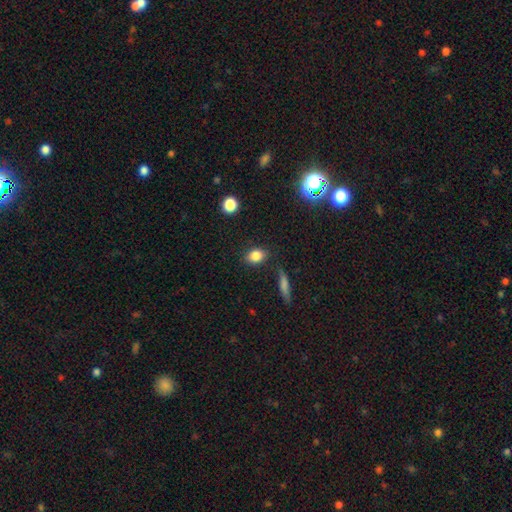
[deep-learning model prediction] Smooth or featured?
  - smooth: 83% *
  - star or artifact: 10%
  - featured or disk: 6%
How rounded?
  - in between: 59% *
  - round: 38%
  - cigar-shaped: 3%
Merging?
  - none: 81% *
  - minor disturbance: 13%
  - major disturbance: 3%
  - merger: 3%